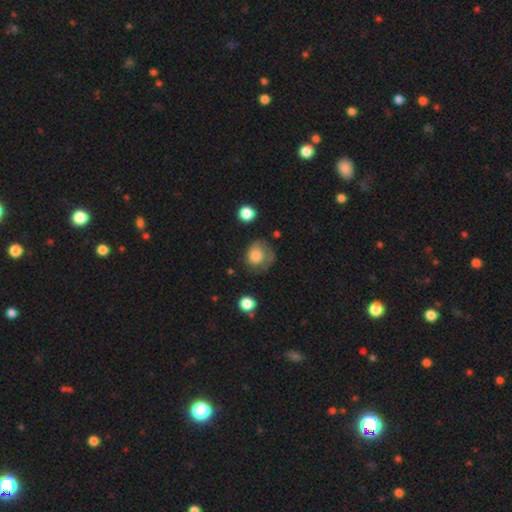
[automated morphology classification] Smooth or featured? Predicted: smooth (p=0.65). How rounded? Predicted: round (p=0.71). Merging? Predicted: none (p=0.43).